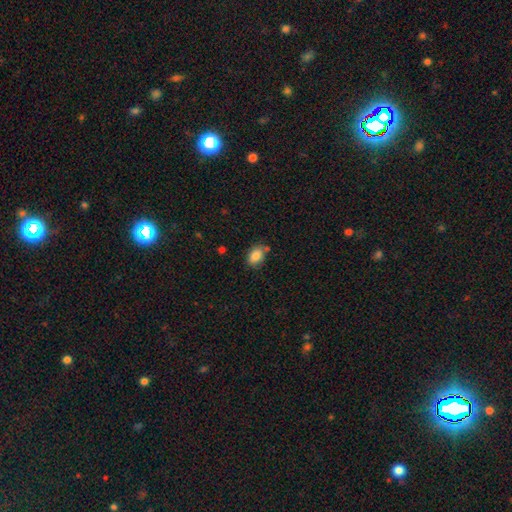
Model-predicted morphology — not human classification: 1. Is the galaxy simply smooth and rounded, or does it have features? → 84% smooth, 8% star or artifact, 8% featured or disk.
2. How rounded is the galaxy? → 80% in between, 19% round, 1% cigar-shaped.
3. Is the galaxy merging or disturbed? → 68% none, 21% minor disturbance, 7% merger, 4% major disturbance.